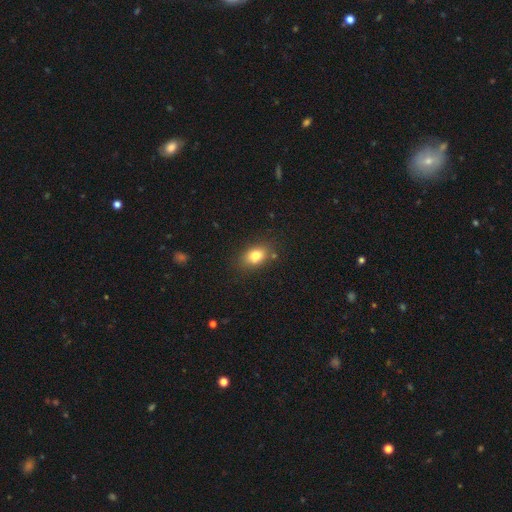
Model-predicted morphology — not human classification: Overall: smooth (80%). How rounded: in between (76%). Merging: none (77%).